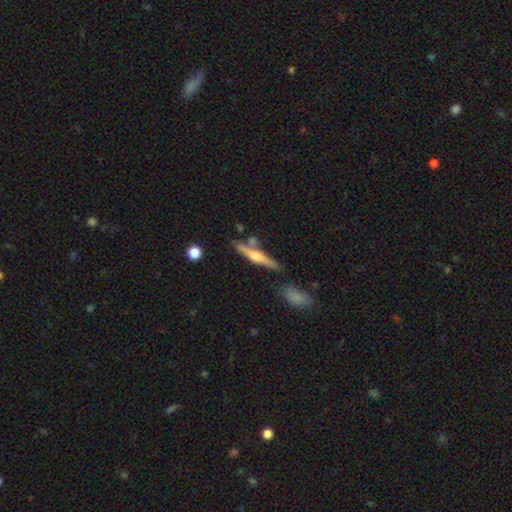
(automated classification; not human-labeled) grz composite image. It shows a featured or disk galaxy (60%) viewed edge-on (96%) with a rounded central bulge (88%). Merging: none (74%).